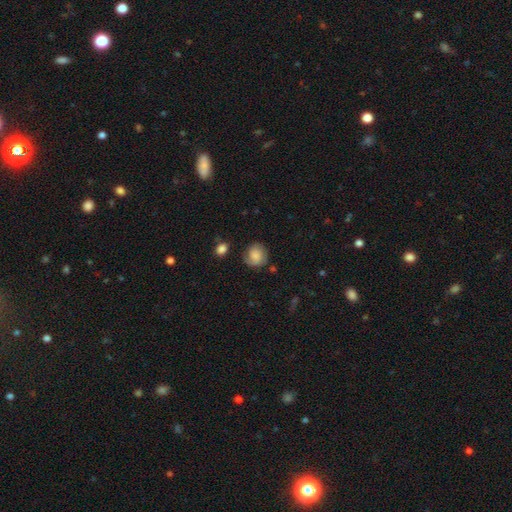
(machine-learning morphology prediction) Smooth or featured?
  - smooth: 58% *
  - featured or disk: 33%
  - star or artifact: 9%
How rounded?
  - round: 75% *
  - in between: 24%
  - cigar-shaped: 1%
Merging?
  - none: 66% *
  - minor disturbance: 22%
  - major disturbance: 9%
  - merger: 3%